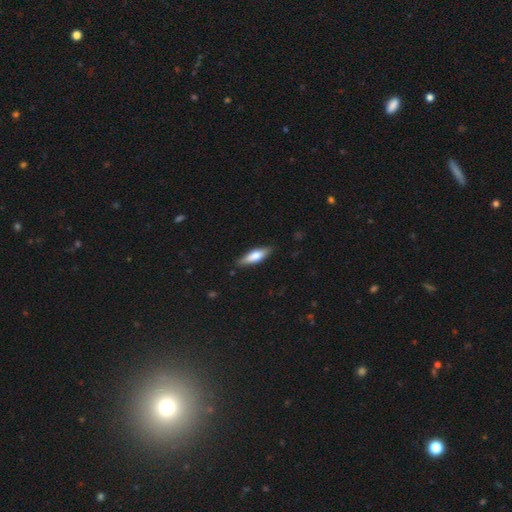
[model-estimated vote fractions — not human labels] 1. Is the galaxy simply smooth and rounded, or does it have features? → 59% smooth, 35% featured or disk, 6% star or artifact.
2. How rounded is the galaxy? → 53% cigar-shaped, 45% in between, 2% round.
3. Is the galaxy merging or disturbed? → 85% none, 11% minor disturbance, 2% major disturbance, 1% merger.